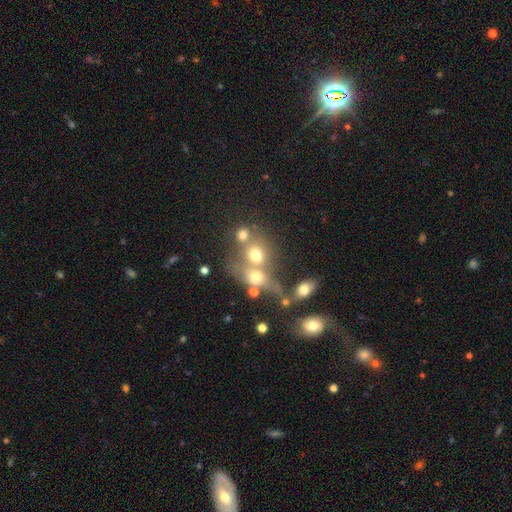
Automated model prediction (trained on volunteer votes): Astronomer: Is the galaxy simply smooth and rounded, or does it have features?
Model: smooth — 63%.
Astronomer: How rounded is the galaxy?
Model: round — 64%.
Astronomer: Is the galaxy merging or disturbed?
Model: merger — 54% (runner-up: none, 30%).